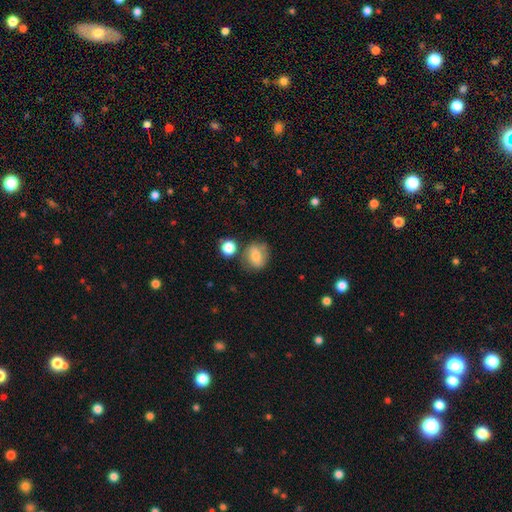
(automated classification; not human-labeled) This is likely a smooth galaxy (72%). How rounded: possibly round (58%). Merging: likely none (67%).